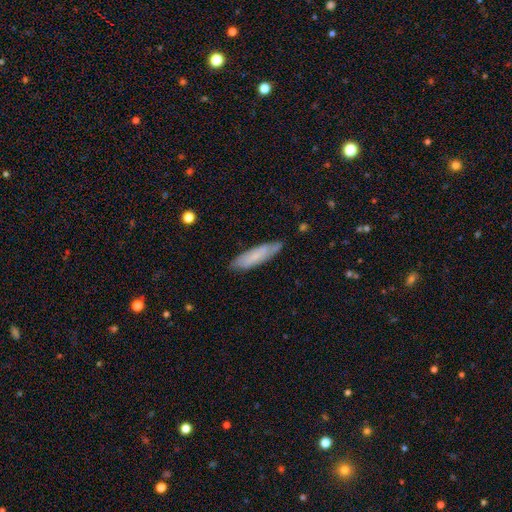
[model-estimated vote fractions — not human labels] This appears to be a smooth galaxy with no disk features (63%) that is cigar-shaped (67%). Merging: none (78%).